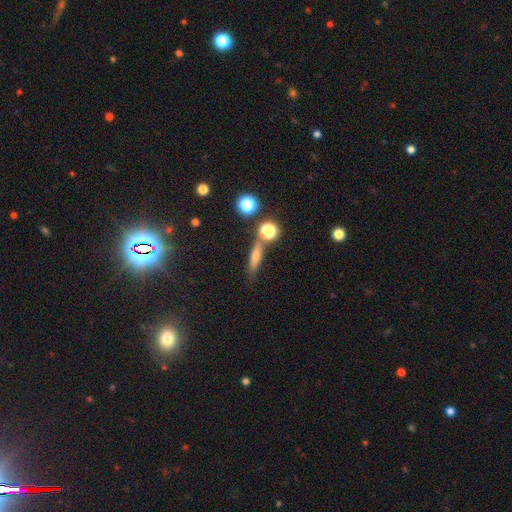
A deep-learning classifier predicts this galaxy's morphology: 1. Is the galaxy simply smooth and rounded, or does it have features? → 52% smooth, 31% featured or disk, 18% star or artifact.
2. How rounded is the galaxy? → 67% cigar-shaped, 21% in between, 13% round.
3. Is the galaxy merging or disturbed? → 72% none, 13% minor disturbance, 11% merger, 5% major disturbance.